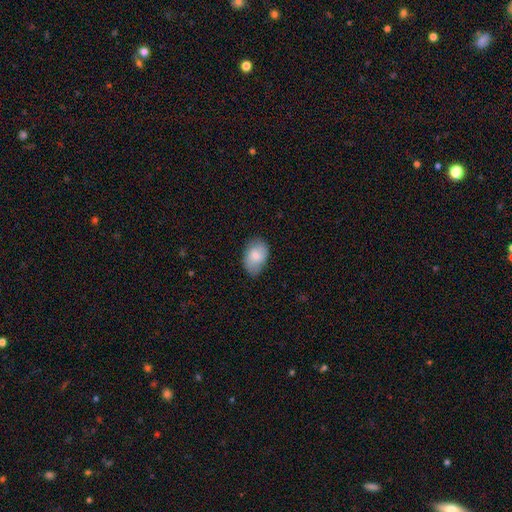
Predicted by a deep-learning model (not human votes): The model was most divided on "merging": none: 69%, minor disturbance: 25%, major disturbance: 5%, merger: 1%. More confident: how rounded — in between (89%); smooth or featured — smooth (77%).